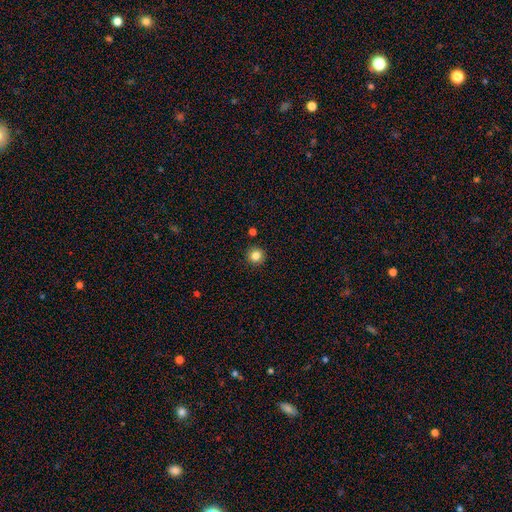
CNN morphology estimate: Smooth or featured? Predicted: smooth (p=0.84). How rounded? Predicted: round (p=0.95). Merging? Predicted: none (p=0.91).